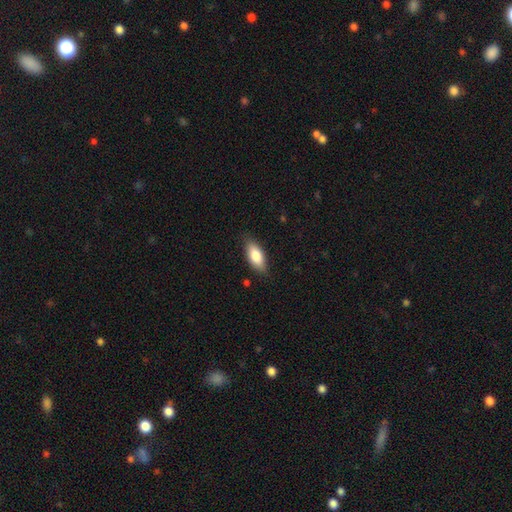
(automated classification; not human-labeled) Morphology: type=smooth (79%); roundness=in between (83%); merging=none (83%).